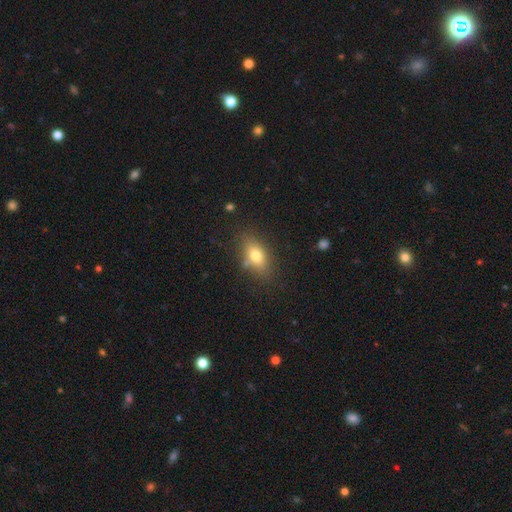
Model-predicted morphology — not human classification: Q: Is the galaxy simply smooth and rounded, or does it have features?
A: smooth — 74%.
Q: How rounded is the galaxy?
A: in between — 82%.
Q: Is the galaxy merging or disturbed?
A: none — 73%.